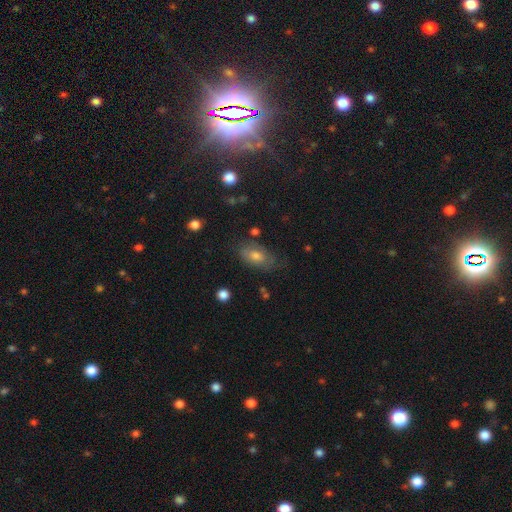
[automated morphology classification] A smooth galaxy with no disk features (54%) that is in between round and cigar-shaped (86%).

Vote fractions:
- Smooth or featured? smooth: 54% / featured or disk: 31% / star or artifact: 15%
- How rounded? in between: 86% / round: 10% / cigar-shaped: 4%
- Merging? none: 66% / minor disturbance: 23% / major disturbance: 9% / merger: 3%